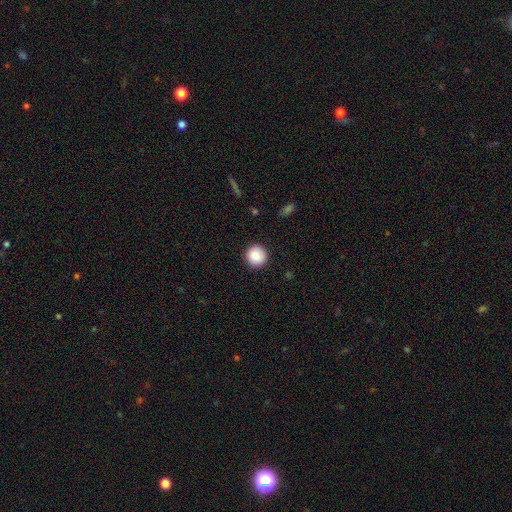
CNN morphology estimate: This is clearly a smooth galaxy (87%). How rounded: clearly round (94%). Merging: clearly none (91%).